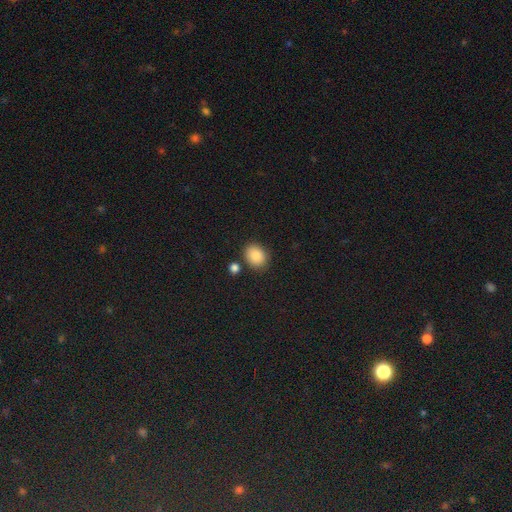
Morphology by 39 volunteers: Smooth or featured? smooth (97%)
How rounded? in between (55%)
Merging? none (92%)